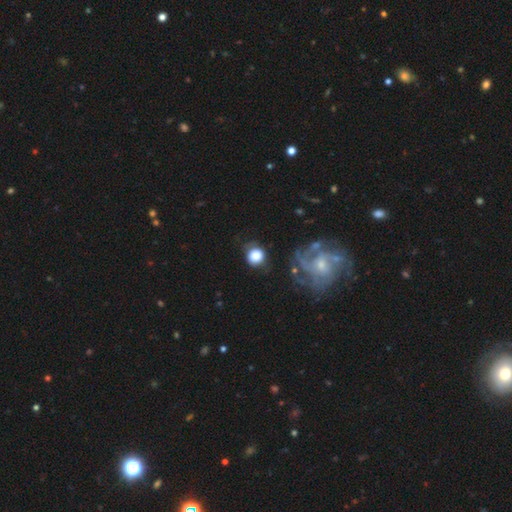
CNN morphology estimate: Smooth or featured? smooth (78%)
How rounded? round (86%)
Merging? none (71%)